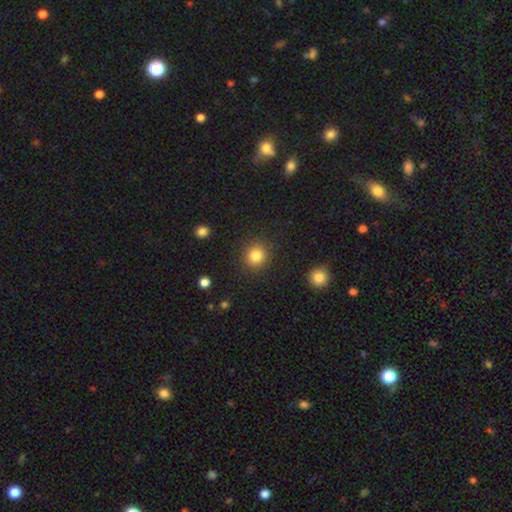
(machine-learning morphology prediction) type=smooth (85%); roundness=round (89%); merging=none (89%).